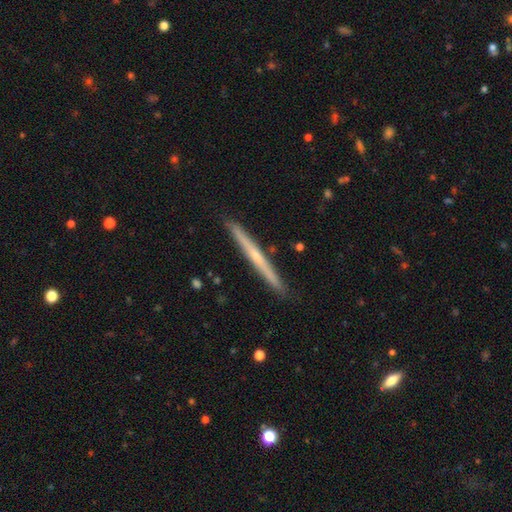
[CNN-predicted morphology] A featured or disk galaxy (67%) viewed edge-on (98%) with a rounded central bulge (52%). Merging: none (91%).